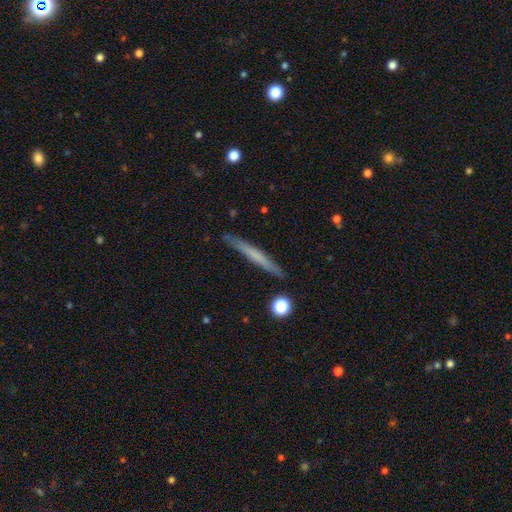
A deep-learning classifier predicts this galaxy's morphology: Smooth or featured? smooth (55%)
How rounded? cigar-shaped (96%)
Merging? none (89%)